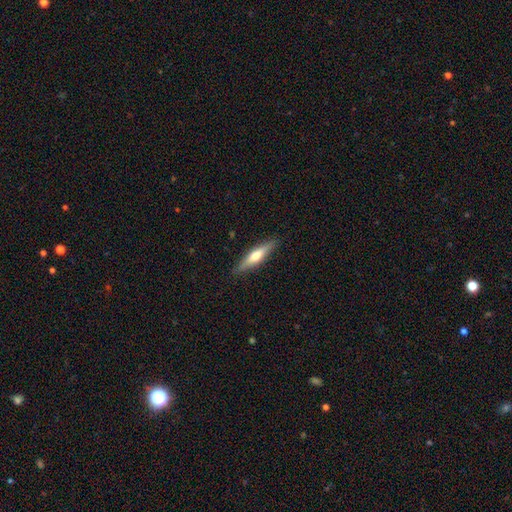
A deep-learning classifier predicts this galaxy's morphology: A featured or disk galaxy (51%) viewed edge-on (94%). Merging: none (89%).